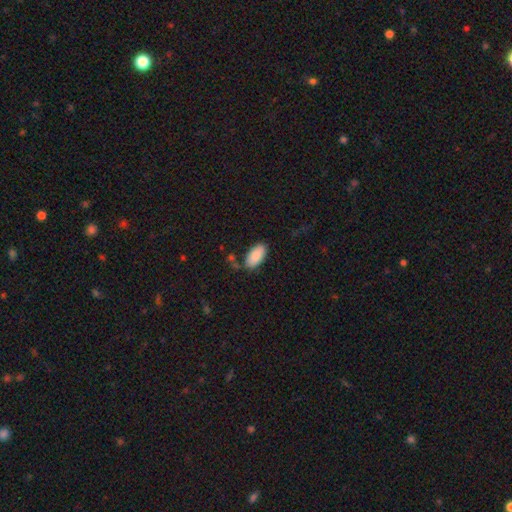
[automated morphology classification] Smooth or featured?
  - smooth: 88% *
  - star or artifact: 6%
  - featured or disk: 5%
How rounded?
  - in between: 94% *
  - cigar-shaped: 4%
  - round: 2%
Merging?
  - none: 78% *
  - minor disturbance: 14%
  - merger: 4%
  - major disturbance: 3%